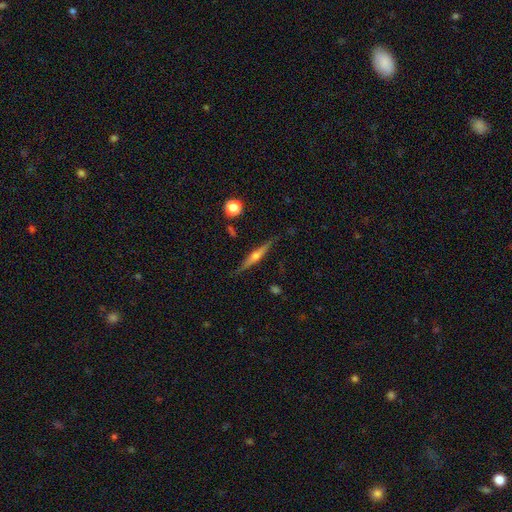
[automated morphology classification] A featured or disk galaxy (71%) viewed edge-on (97%) with a rounded central bulge (89%). Merging: none (86%).